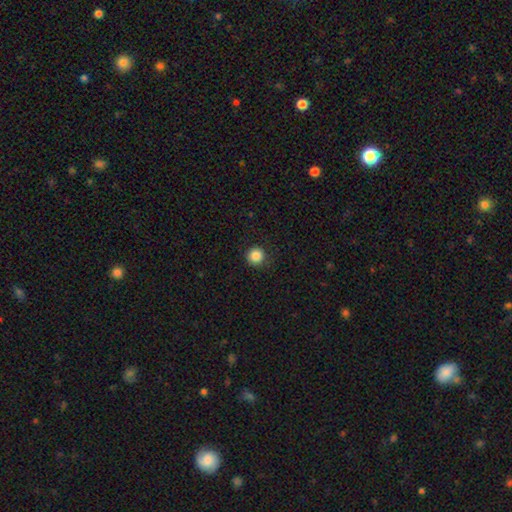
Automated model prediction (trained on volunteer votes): Smooth or featured? smooth (86%)
How rounded? round (95%)
Merging? none (88%)